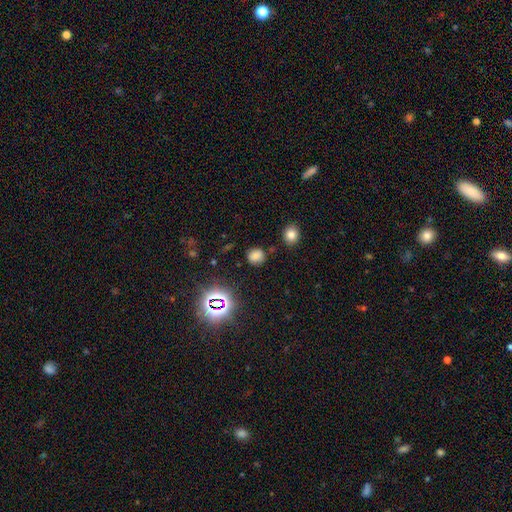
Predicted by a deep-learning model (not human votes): Morphology: type=smooth (69%); roundness=round (76%); merging=none (81%).